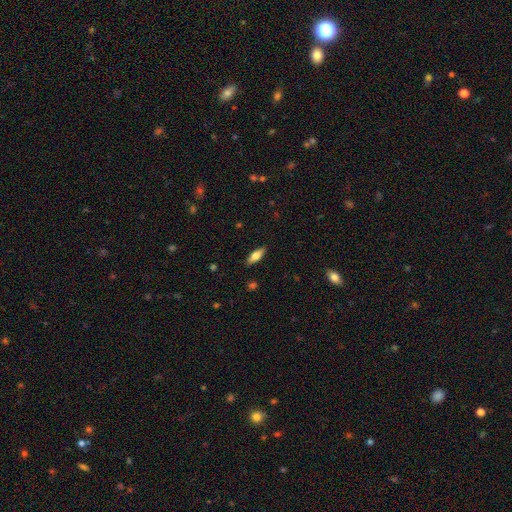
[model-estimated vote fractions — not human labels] smooth 64%, featured or disk 29%, star or artifact 7%. Down the decision tree: how rounded — in between (63%); merging — none (88%).